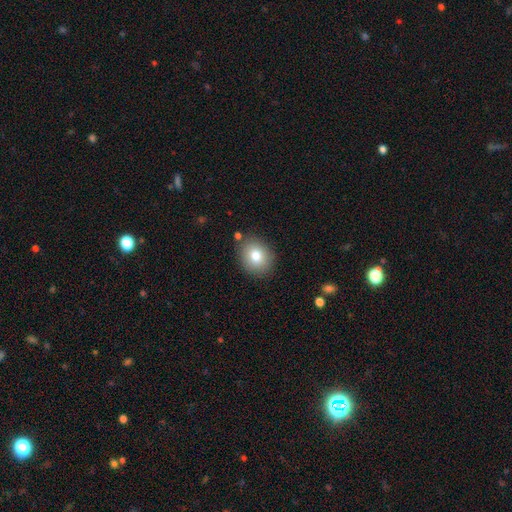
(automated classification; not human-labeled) Q: Smooth or featured?
A: smooth (78%); runner-up: featured or disk (12%)
Q: How rounded?
A: round (58%); runner-up: in between (42%)
Q: Merging?
A: none (83%); runner-up: minor disturbance (10%)